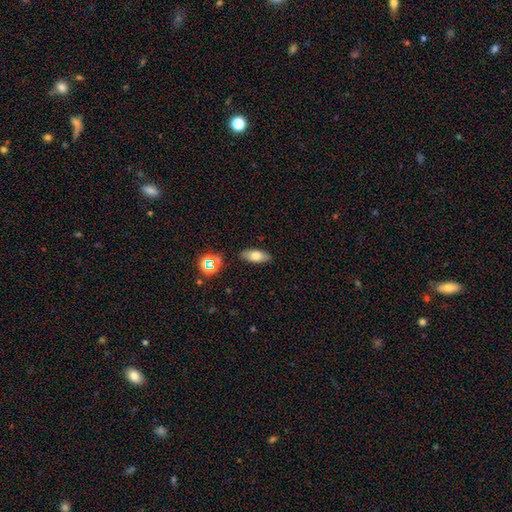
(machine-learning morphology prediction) type=smooth (71%); roundness=in between (81%); merging=none (86%).